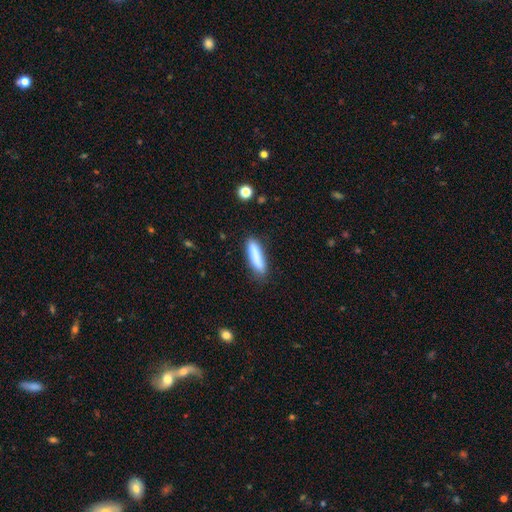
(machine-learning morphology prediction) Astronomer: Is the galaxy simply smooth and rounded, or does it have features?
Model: smooth — 84%.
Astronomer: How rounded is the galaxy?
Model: cigar-shaped — 74%.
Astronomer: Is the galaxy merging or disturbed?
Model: none — 80%.